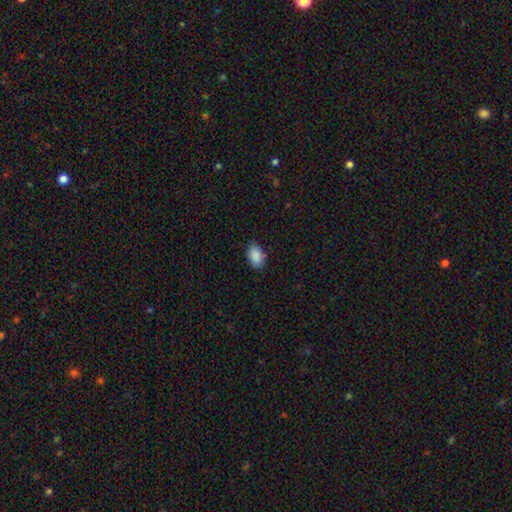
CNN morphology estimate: A smooth galaxy with no disk features (90%) that is in between round and cigar-shaped (89%).

Vote fractions:
- Smooth or featured? smooth: 90% / star or artifact: 7% / featured or disk: 3%
- How rounded? in between: 89% / round: 10% / cigar-shaped: 1%
- Merging? none: 83% / minor disturbance: 14% / major disturbance: 3% / merger: 1%